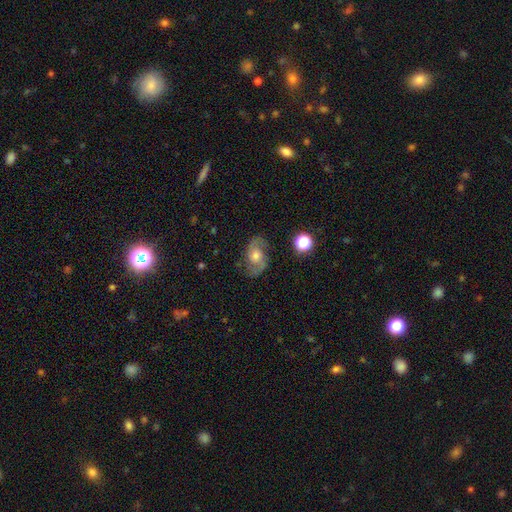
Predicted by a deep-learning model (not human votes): Q: Smooth or featured?
A: featured or disk (78%); runner-up: smooth (14%)
Q: Edge-on disk?
A: no (97%); runner-up: yes (3%)
Q: Bar?
A: no (65%); runner-up: weak (29%)
Q: Spiral arms?
A: yes (93%); runner-up: no (7%)
Q: Spiral winding?
A: medium (52%); runner-up: loose (29%)
Q: Spiral arm count?
A: 2 (90%); runner-up: can't tell (5%)
Q: Bulge size?
A: moderate (64%); runner-up: small (24%)
Q: Merging?
A: none (78%); runner-up: minor disturbance (15%)